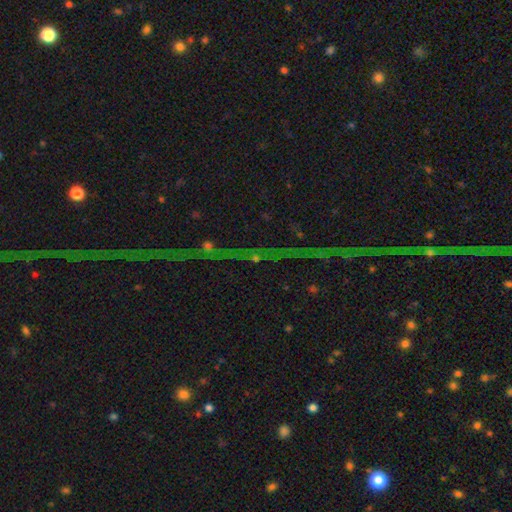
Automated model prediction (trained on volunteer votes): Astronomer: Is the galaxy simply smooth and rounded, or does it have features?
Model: star or artifact — 74%.